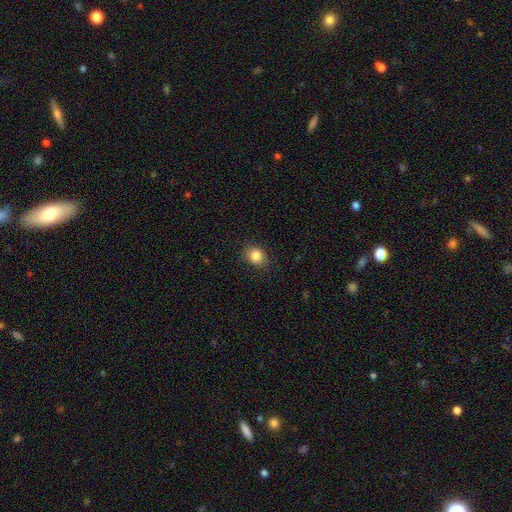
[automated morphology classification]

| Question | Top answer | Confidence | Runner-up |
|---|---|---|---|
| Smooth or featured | smooth | 85% | star or artifact (10%) |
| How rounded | round | 63% | in between (36%) |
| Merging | none | 85% | minor disturbance (11%) |